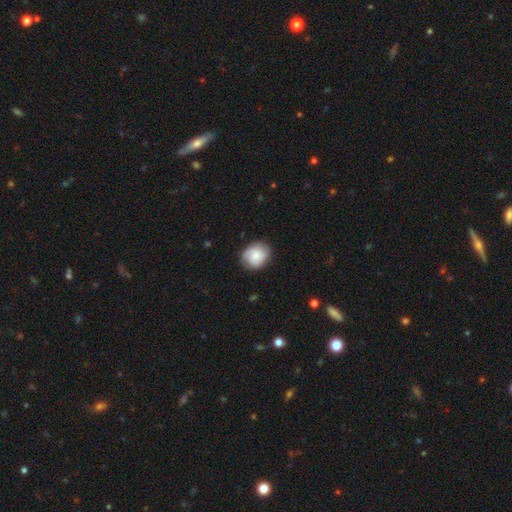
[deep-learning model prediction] smooth_or_featured: smooth (p=0.62) [alt: featured or disk p=0.30]
how_rounded: round (p=0.73) [alt: in between p=0.27]
merging: none (p=0.80) [alt: minor disturbance p=0.15]